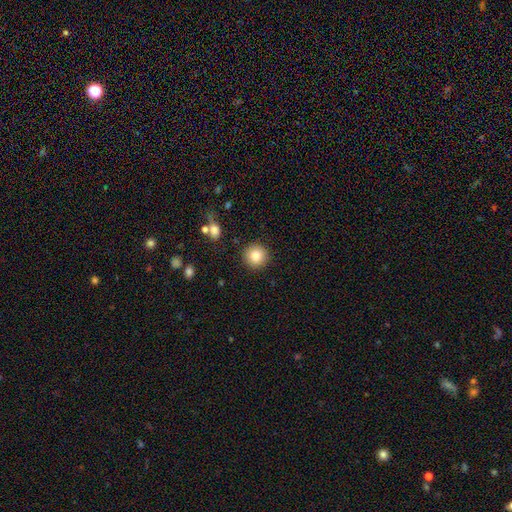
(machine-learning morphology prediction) smooth 83%, star or artifact 10%, featured or disk 8%. Down the decision tree: how rounded — round (95%); merging — none (91%).